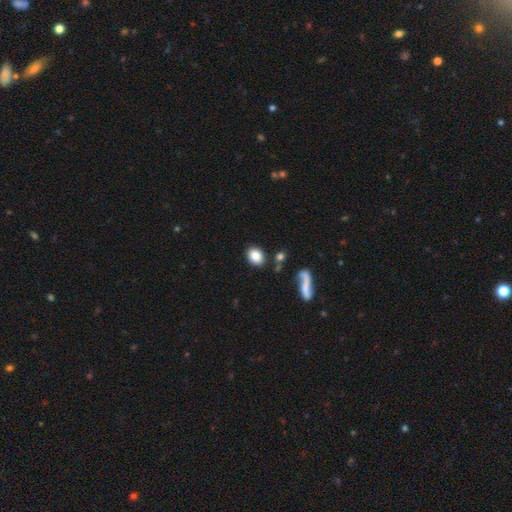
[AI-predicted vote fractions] A smooth galaxy with no disk features (84%) that is in between round and cigar-shaped (59%). Merging: none (81%).